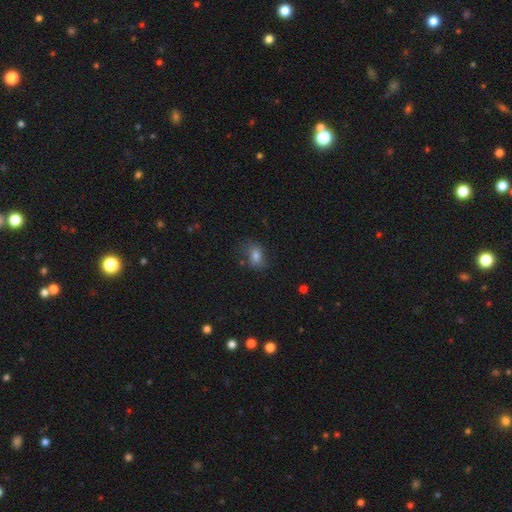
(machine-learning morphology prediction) Smooth or featured: smooth — 75% (featured or disk — 13%)
How rounded: in between — 71% (round — 27%)
Merging: none — 63% (minor disturbance — 24%)